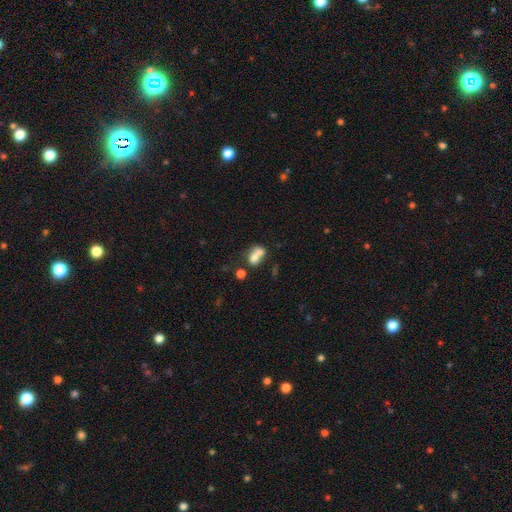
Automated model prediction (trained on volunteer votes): smooth_or_featured: smooth (p=0.68) [alt: featured or disk p=0.21]
how_rounded: in between (p=0.55) [alt: round p=0.43]
merging: merger (p=0.68) [alt: none p=0.20]